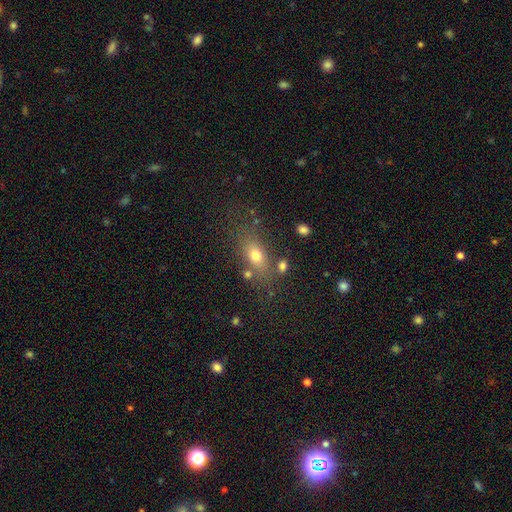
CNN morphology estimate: A smooth galaxy with no disk features (69%) that is in between round and cigar-shaped (71%).

Vote fractions:
- Smooth or featured? smooth: 69% / featured or disk: 16% / star or artifact: 15%
- How rounded? in between: 71% / round: 18% / cigar-shaped: 11%
- Merging? none: 69% / minor disturbance: 15% / merger: 9% / major disturbance: 7%